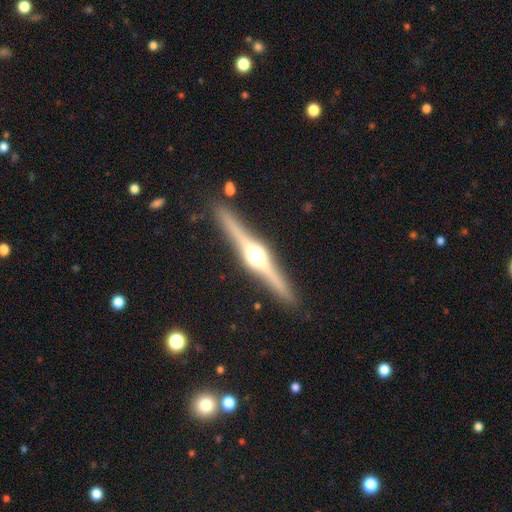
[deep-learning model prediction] Q: Smooth or featured?
A: featured or disk (82%); runner-up: smooth (13%)
Q: Edge-on disk?
A: yes (98%); runner-up: no (2%)
Q: Edge-on bulge?
A: rounded (95%); runner-up: boxy (3%)
Q: Merging?
A: none (90%); runner-up: minor disturbance (7%)